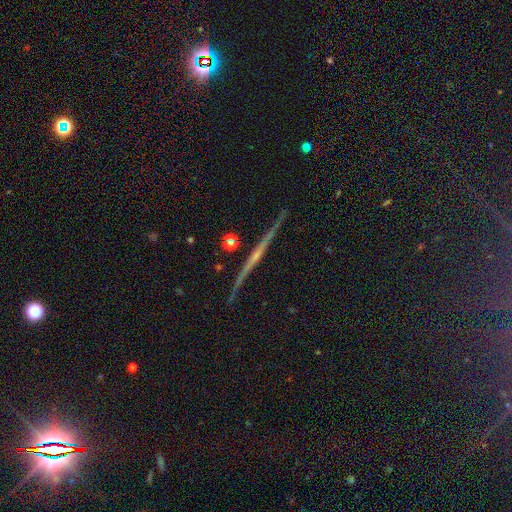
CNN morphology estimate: Q: Smooth or featured?
A: featured or disk (80%); runner-up: smooth (11%)
Q: Edge-on disk?
A: yes (98%); runner-up: no (2%)
Q: Edge-on bulge?
A: rounded (47%); runner-up: none (43%)
Q: Merging?
A: none (90%); runner-up: minor disturbance (7%)